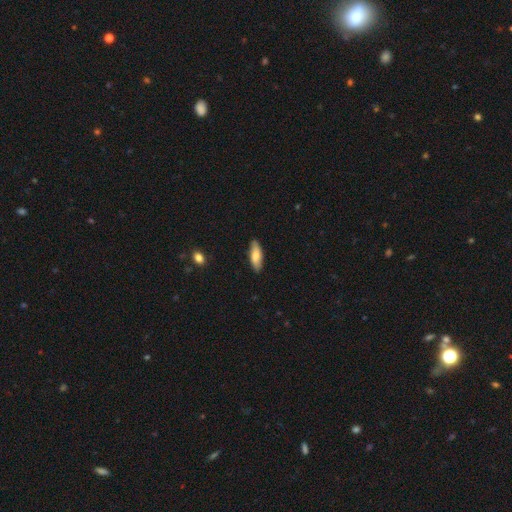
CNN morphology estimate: The model was most divided on "how rounded": in between: 61%, cigar-shaped: 37%, round: 2%. More confident: merging — none (86%); smooth or featured — smooth (76%).